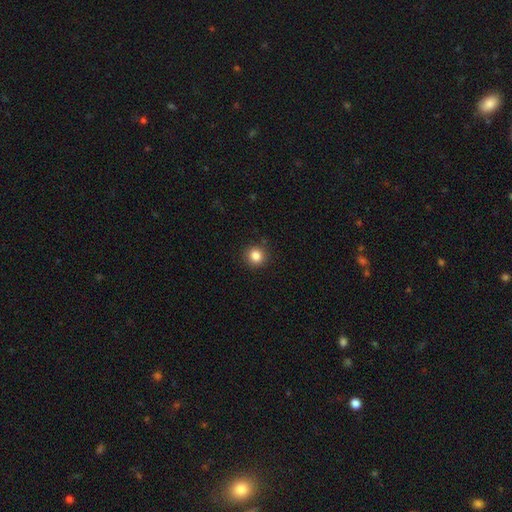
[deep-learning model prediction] smooth 84%, star or artifact 11%, featured or disk 5%. Down the decision tree: how rounded — round (92%); merging — none (91%).